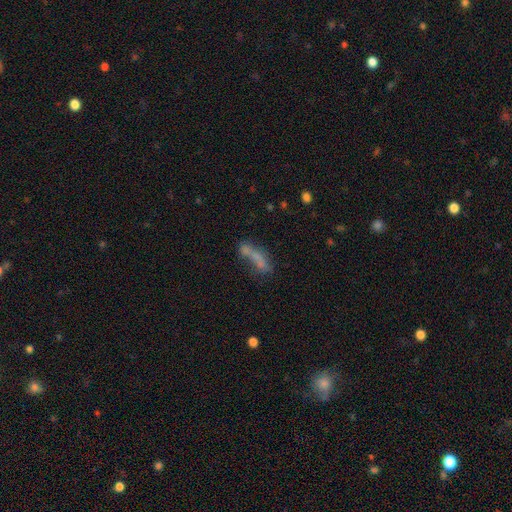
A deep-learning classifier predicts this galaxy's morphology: smooth_or_featured: smooth (p=0.56) [alt: featured or disk p=0.28]
how_rounded: cigar-shaped (p=0.61) [alt: in between p=0.36]
merging: none (p=0.37) [alt: merger p=0.29]